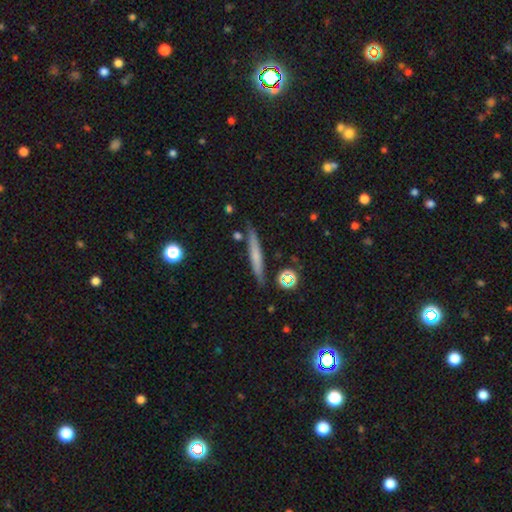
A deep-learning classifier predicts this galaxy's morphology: Smooth or featured? smooth (53%)
How rounded? cigar-shaped (94%)
Merging? none (85%)